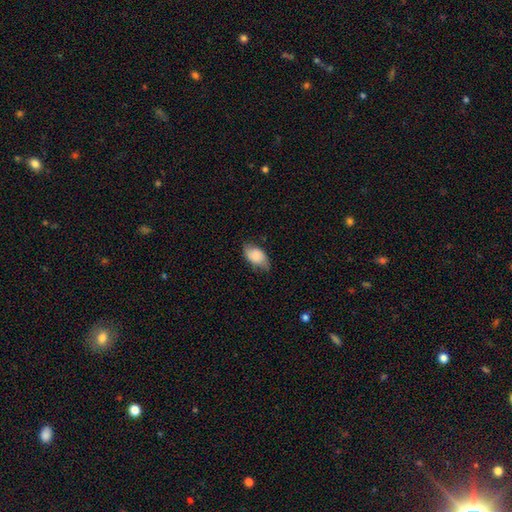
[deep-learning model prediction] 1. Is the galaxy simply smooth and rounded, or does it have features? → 74% smooth, 18% featured or disk, 7% star or artifact.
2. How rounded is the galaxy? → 92% in between, 6% round, 2% cigar-shaped.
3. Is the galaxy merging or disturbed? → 67% none, 26% minor disturbance, 6% major disturbance, 1% merger.